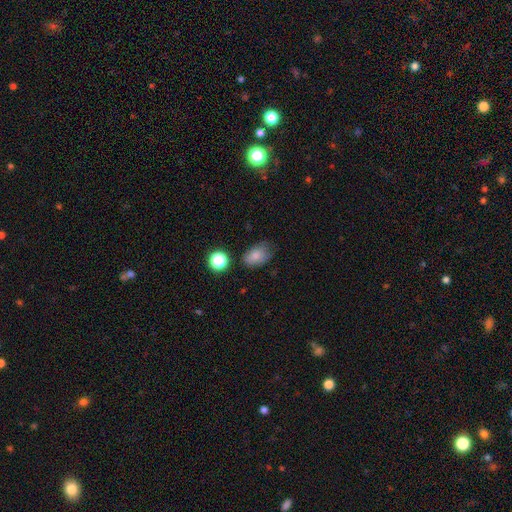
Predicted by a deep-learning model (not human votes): Smooth or featured? Predicted: smooth (p=0.80). How rounded? Predicted: in between (p=0.81). Merging? Predicted: none (p=0.61).